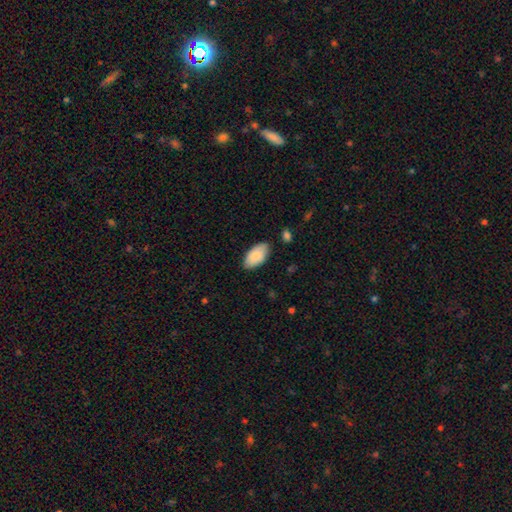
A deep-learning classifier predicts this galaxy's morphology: The model was most divided on "merging": none: 83%, minor disturbance: 13%, major disturbance: 2%, merger: 2%. More confident: how rounded — in between (96%); smooth or featured — smooth (86%).